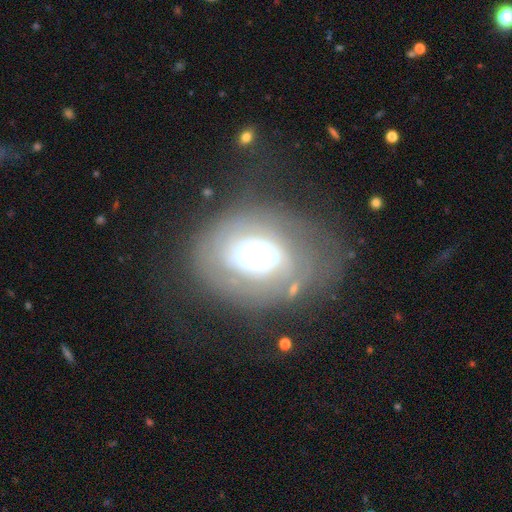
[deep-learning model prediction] featured or disk 70%, smooth 22%, star or artifact 8%. Down the decision tree: edge-on disk — no (95%); bar — no (85%); spiral arms — no (53%); bulge size — moderate (53%); merging — none (65%).